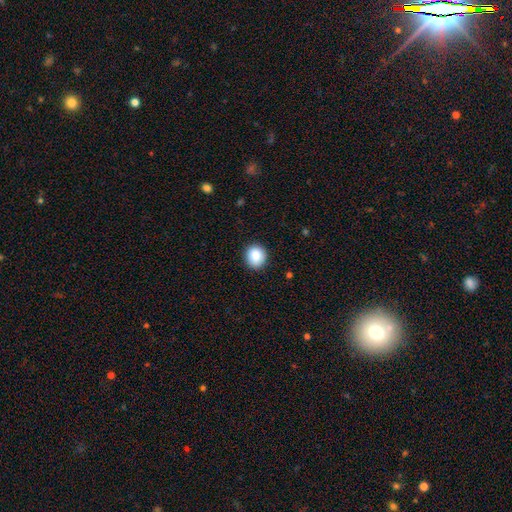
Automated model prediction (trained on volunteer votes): This appears to be a smooth galaxy with no disk features (88%) that is round (83%). Merging: none (90%).